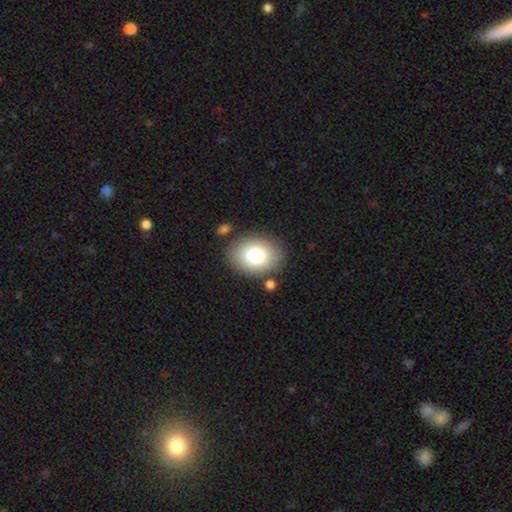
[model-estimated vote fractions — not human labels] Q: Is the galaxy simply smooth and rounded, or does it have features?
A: smooth — 78%.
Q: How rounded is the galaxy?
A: in between — 66%.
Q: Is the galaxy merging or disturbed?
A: none — 83%.